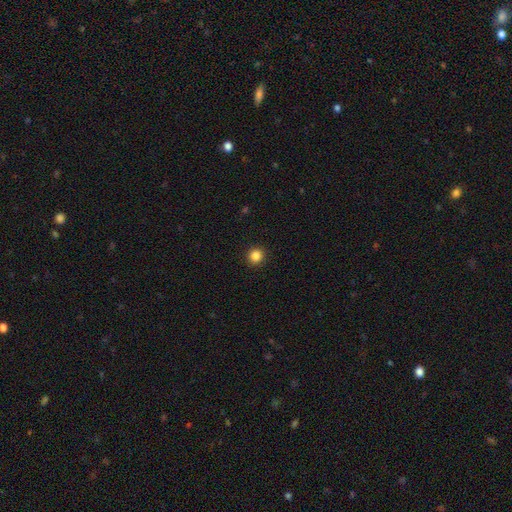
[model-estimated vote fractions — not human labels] Smooth or featured: smooth — 85% (star or artifact — 11%)
How rounded: round — 89% (in between — 10%)
Merging: none — 92% (minor disturbance — 5%)